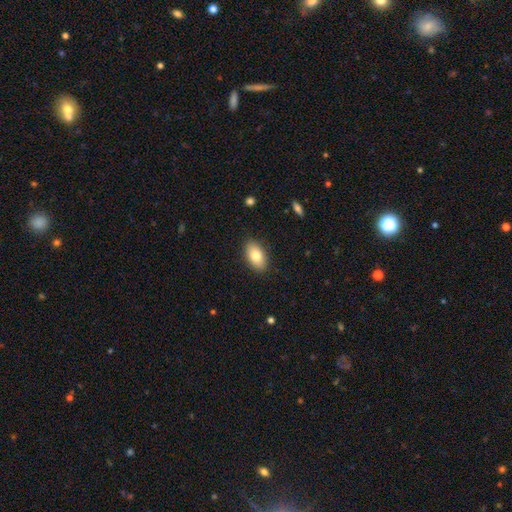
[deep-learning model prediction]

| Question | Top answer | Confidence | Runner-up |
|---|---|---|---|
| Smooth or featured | smooth | 80% | featured or disk (13%) |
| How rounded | in between | 92% | round (6%) |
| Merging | none | 88% | minor disturbance (9%) |